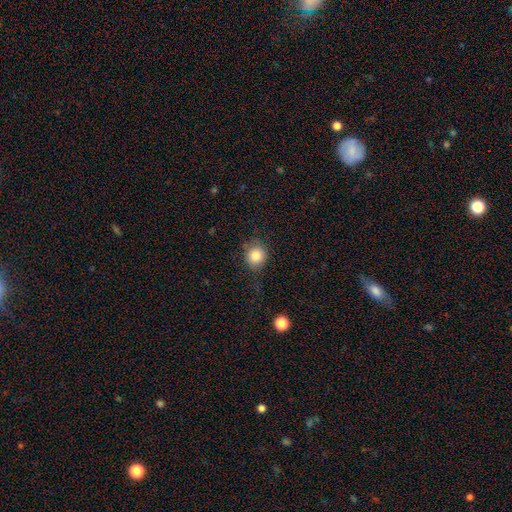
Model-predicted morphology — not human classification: smooth-or-featured: smooth: 83% | star or artifact: 10% | featured or disk: 7%
  how-rounded: round: 79% | in between: 20% | cigar-shaped: 1%
  merging: none: 78% | minor disturbance: 16% | major disturbance: 5% | merger: 1%